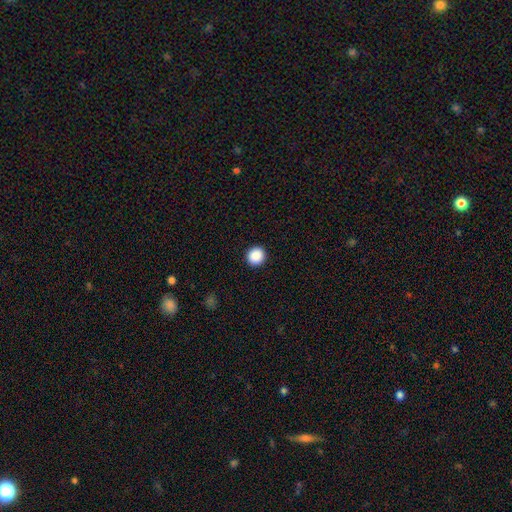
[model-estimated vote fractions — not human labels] Smooth or featured? Predicted: smooth (p=0.89). How rounded? Predicted: round (p=0.94). Merging? Predicted: none (p=0.93).